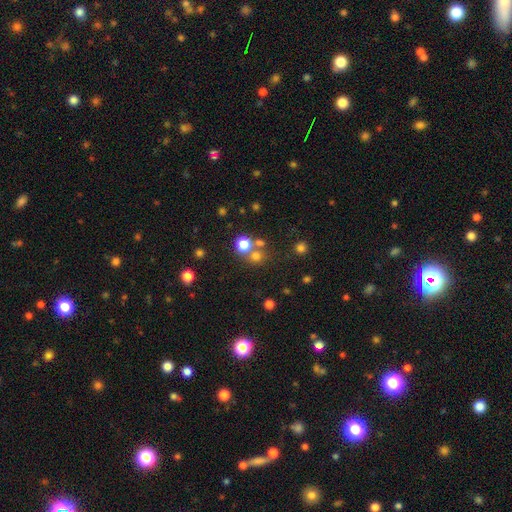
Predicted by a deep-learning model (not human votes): A smooth galaxy with no disk features (70%) that is round (89%).

Vote fractions:
- Smooth or featured? smooth: 70% / star or artifact: 21% / featured or disk: 8%
- How rounded? round: 89% / in between: 10% / cigar-shaped: 1%
- Merging? none: 61% / merger: 28% / minor disturbance: 7% / major disturbance: 4%